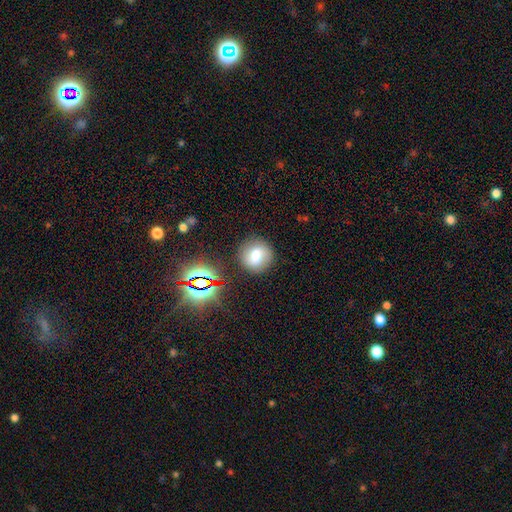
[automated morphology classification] A smooth galaxy with no disk features (62%) that is round (88%).

Vote fractions:
- Smooth or featured? smooth: 62% / featured or disk: 22% / star or artifact: 16%
- How rounded? round: 88% / in between: 11% / cigar-shaped: 1%
- Merging? none: 84% / minor disturbance: 10% / major disturbance: 3% / merger: 3%